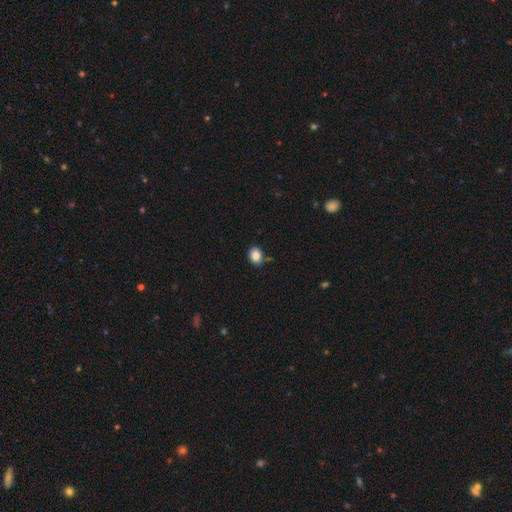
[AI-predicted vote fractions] Smooth or featured? Predicted: smooth (p=0.84). How rounded? Predicted: round (p=0.53). Merging? Predicted: none (p=0.81).